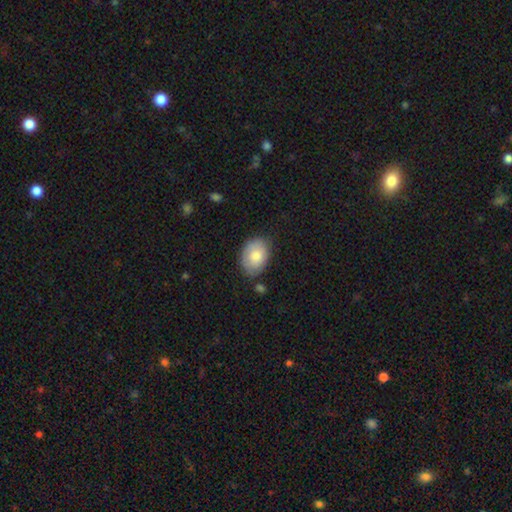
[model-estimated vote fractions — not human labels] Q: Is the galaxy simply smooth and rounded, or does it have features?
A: smooth — 80%.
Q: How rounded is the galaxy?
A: in between — 79%.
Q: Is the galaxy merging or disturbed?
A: none — 74%.